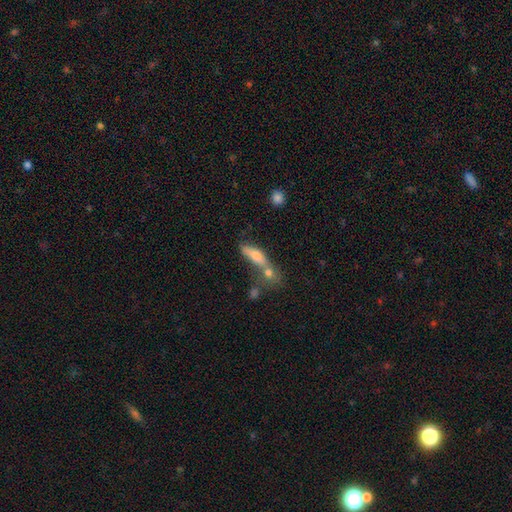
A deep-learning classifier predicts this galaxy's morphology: This appears to be a smooth galaxy with no disk features (66%) that is cigar-shaped (49%). Merging: merger (45%).